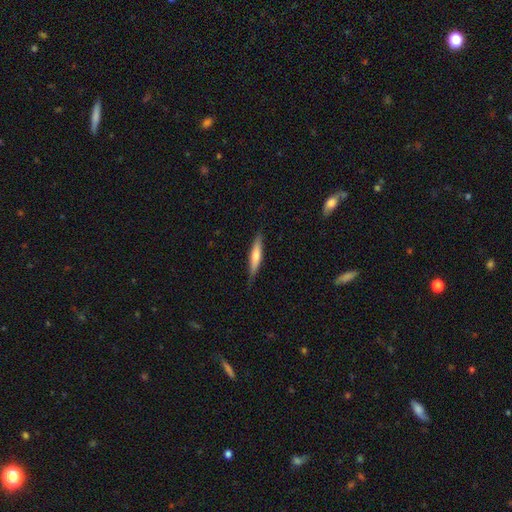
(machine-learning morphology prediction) Q: Smooth or featured?
A: smooth (61%); runner-up: featured or disk (33%)
Q: How rounded?
A: cigar-shaped (87%); runner-up: in between (12%)
Q: Merging?
A: none (82%); runner-up: minor disturbance (15%)